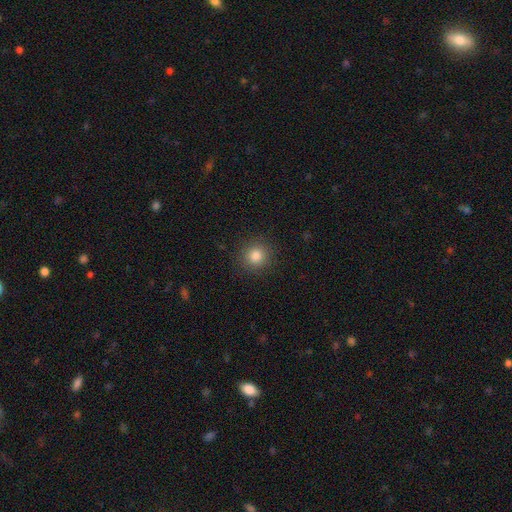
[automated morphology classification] A smooth galaxy with no disk features (83%) that is round (91%).

Vote fractions:
- Smooth or featured? smooth: 83% / star or artifact: 12% / featured or disk: 5%
- How rounded? round: 91% / in between: 8% / cigar-shaped: 1%
- Merging? none: 90% / minor disturbance: 6% / major disturbance: 2% / merger: 1%